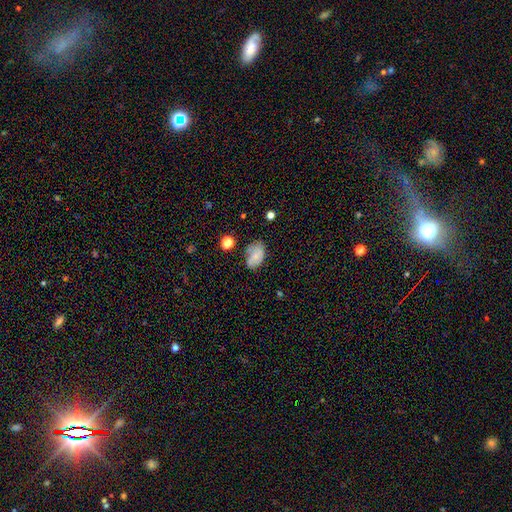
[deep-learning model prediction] smooth 69%, featured or disk 21%, star or artifact 10%. Down the decision tree: how rounded — in between (88%); merging — none (57%).